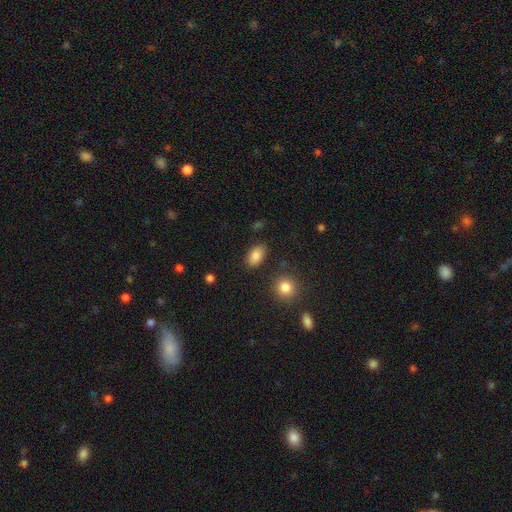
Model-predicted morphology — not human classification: This is clearly a smooth galaxy (86%). How rounded: clearly in between (90%). Merging: clearly none (85%).